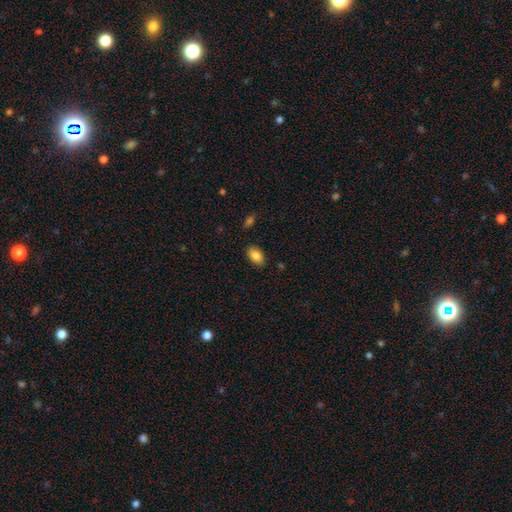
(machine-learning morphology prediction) This appears to be a smooth galaxy with no disk features (86%) that is in between round and cigar-shaped (91%). Merging: none (86%).